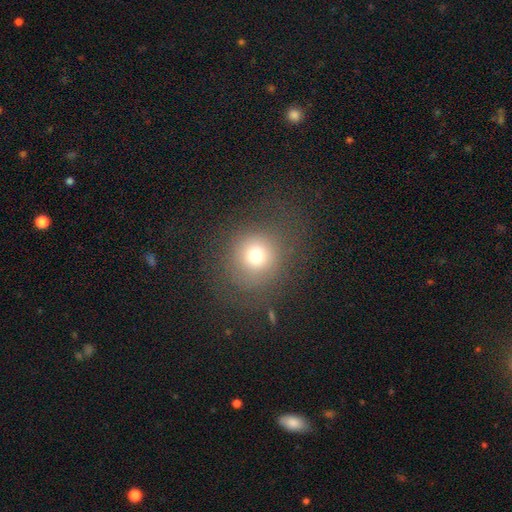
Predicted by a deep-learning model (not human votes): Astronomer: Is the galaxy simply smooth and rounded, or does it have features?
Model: smooth — 71%.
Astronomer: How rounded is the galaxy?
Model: round — 89%.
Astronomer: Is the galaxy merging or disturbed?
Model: none — 74%.